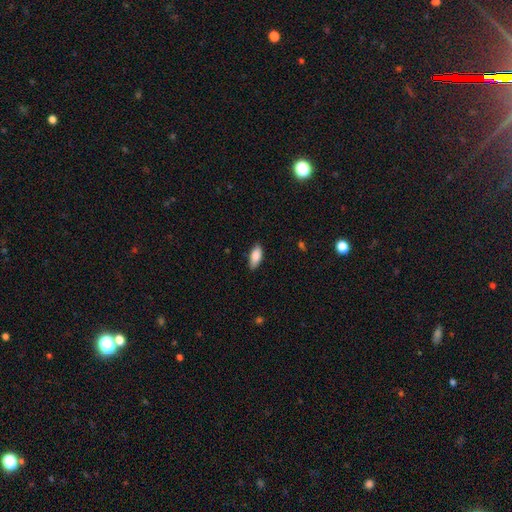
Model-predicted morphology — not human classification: smooth_or_featured: smooth (p=0.86) [alt: featured or disk p=0.08]
how_rounded: in between (p=0.86) [alt: cigar-shaped p=0.12]
merging: none (p=0.81) [alt: minor disturbance p=0.15]